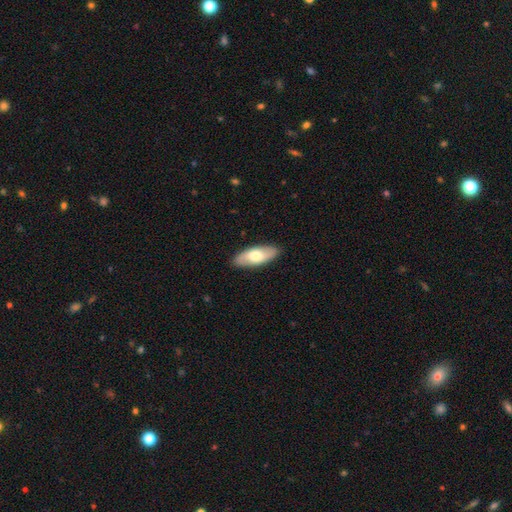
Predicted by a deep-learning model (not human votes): This appears to be a smooth galaxy with no disk features (62%) that is in between round and cigar-shaped (82%). Merging: none (89%).